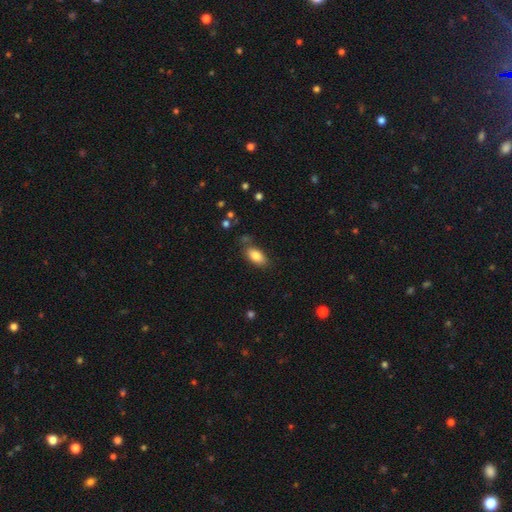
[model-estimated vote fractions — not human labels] A smooth galaxy with no disk features (84%) that is in between round and cigar-shaped (90%).

Vote fractions:
- Smooth or featured? smooth: 84% / featured or disk: 8% / star or artifact: 8%
- How rounded? in between: 90% / cigar-shaped: 6% / round: 3%
- Merging? none: 74% / minor disturbance: 16% / merger: 5% / major disturbance: 5%